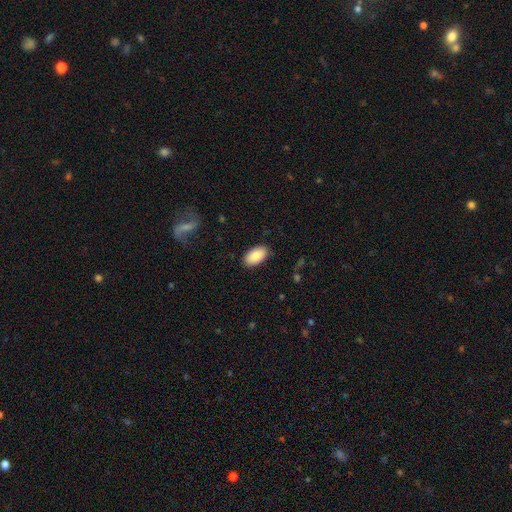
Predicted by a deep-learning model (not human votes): Q: Smooth or featured?
A: smooth (86%); runner-up: featured or disk (7%)
Q: How rounded?
A: in between (95%); runner-up: round (3%)
Q: Merging?
A: none (87%); runner-up: minor disturbance (10%)